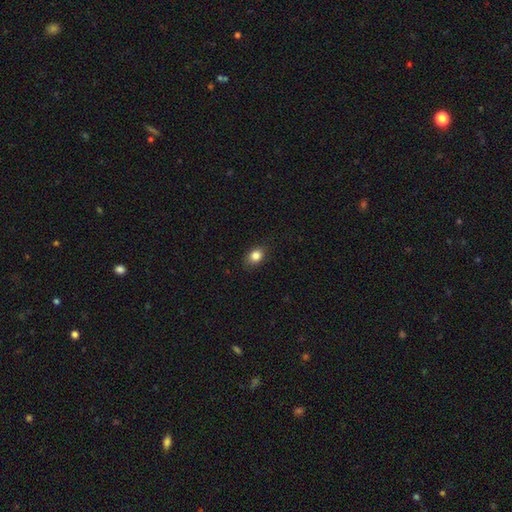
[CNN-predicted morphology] Smooth or featured?
  - smooth: 84% *
  - star or artifact: 10%
  - featured or disk: 6%
How rounded?
  - in between: 60% *
  - round: 39%
  - cigar-shaped: 1%
Merging?
  - none: 82% *
  - minor disturbance: 14%
  - major disturbance: 3%
  - merger: 1%